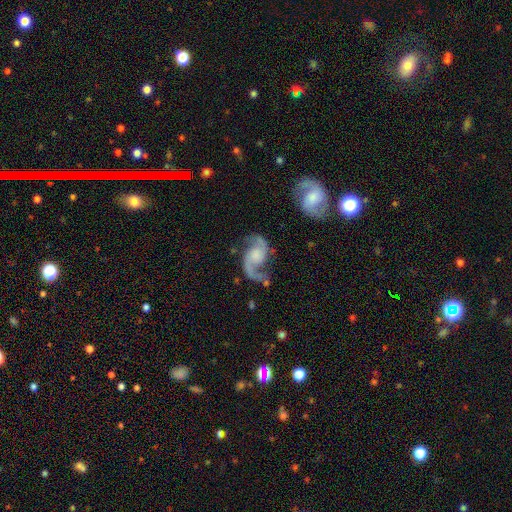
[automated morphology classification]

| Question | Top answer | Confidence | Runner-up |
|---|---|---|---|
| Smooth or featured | featured or disk | 91% | star or artifact (5%) |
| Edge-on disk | no | 98% | yes (2%) |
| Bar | no | 62% | weak (31%) |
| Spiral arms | yes | 98% | no (2%) |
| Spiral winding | loose | 49% | medium (42%) |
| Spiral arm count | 2 | 93% | 1 (3%) |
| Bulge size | moderate | 28% | tied: small (28%), none (28%) |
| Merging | none | 70% | minor disturbance (17%) |